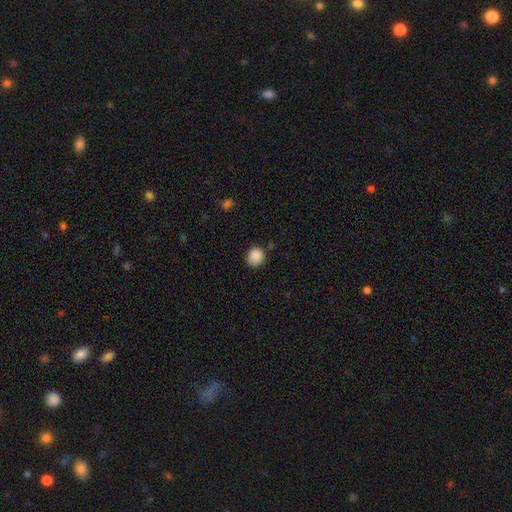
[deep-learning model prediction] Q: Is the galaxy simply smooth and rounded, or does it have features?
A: smooth — 88%.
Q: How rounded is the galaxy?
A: round — 83%.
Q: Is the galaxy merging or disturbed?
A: none — 80%.